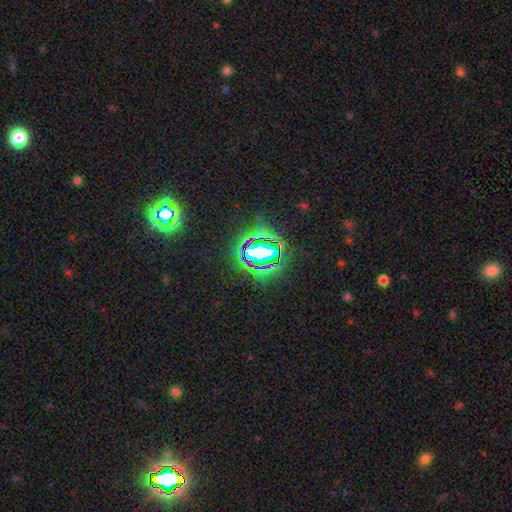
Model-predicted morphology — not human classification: This is likely a star or artifact rather than a galaxy (70%).